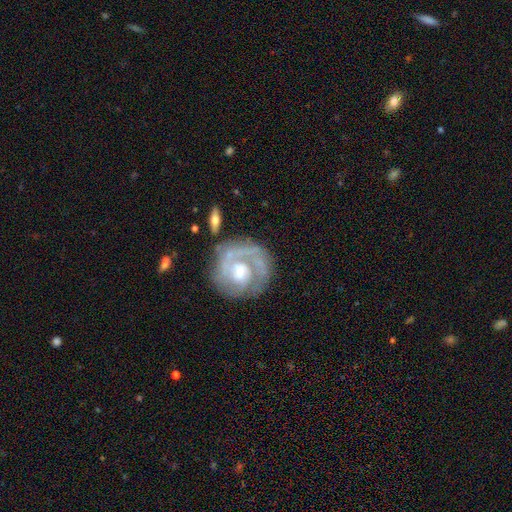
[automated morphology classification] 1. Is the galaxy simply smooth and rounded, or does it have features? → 78% featured or disk, 15% smooth, 6% star or artifact.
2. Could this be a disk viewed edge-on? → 98% no, 2% yes.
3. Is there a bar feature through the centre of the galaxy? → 64% no, 29% weak, 7% strong.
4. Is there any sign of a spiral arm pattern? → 86% yes, 14% no.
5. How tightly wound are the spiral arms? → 65% tight, 26% medium, 9% loose.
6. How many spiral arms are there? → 44% 1, 22% 2, 20% can't tell, 8% 3, 3% 4, 3% more than 4.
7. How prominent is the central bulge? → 57% moderate, 19% large, 17% small, 5% none, 2% dominant.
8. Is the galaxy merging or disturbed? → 65% none, 18% minor disturbance, 13% major disturbance, 4% merger.